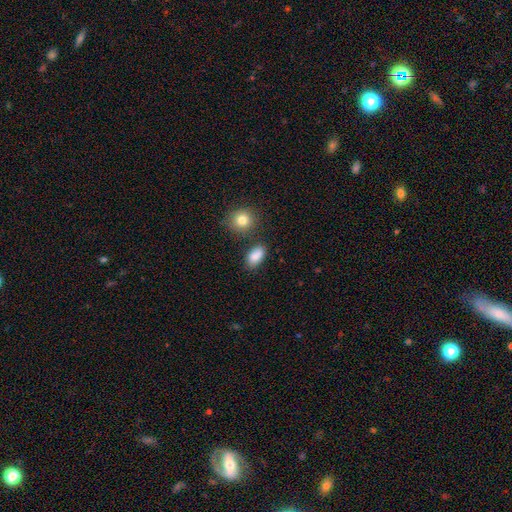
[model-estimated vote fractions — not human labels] Smooth or featured?
  - smooth: 88% *
  - star or artifact: 8%
  - featured or disk: 4%
How rounded?
  - in between: 89% *
  - round: 8%
  - cigar-shaped: 3%
Merging?
  - none: 77% *
  - minor disturbance: 14%
  - merger: 6%
  - major disturbance: 4%